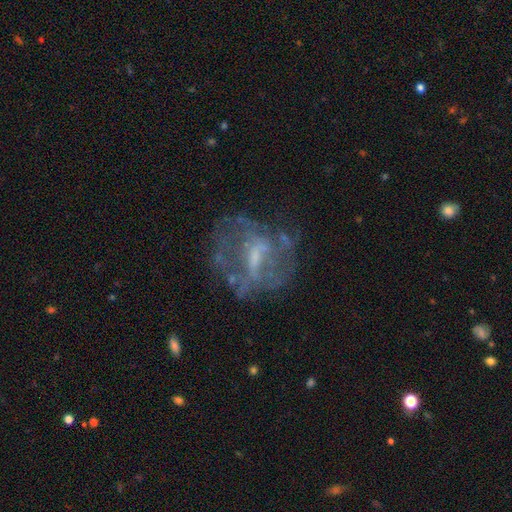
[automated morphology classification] Smooth or featured: featured or disk — 71% (smooth — 17%)
Edge-on disk: no — 96% (yes — 4%)
Bar: weak — 47% (no — 33%)
Spiral arms: no — 59% (yes — 41%)
Bulge size: small — 41% (moderate — 31%)
Merging: none — 52% (major disturbance — 25%)